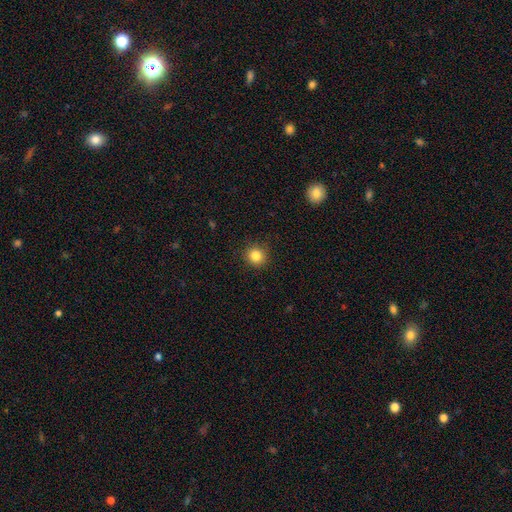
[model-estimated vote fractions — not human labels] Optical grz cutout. It shows a smooth galaxy with no disk features (84%) that is round (91%). Merging: none (90%).